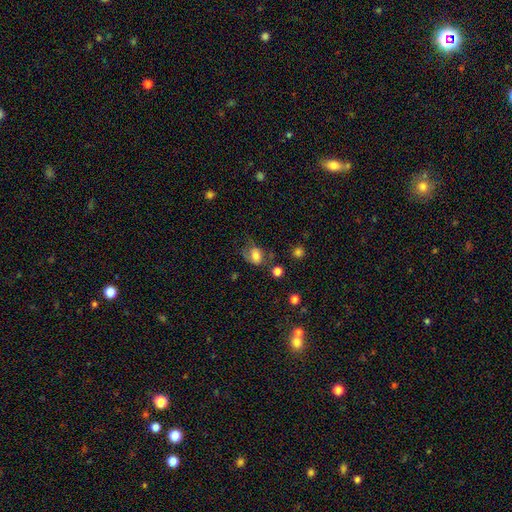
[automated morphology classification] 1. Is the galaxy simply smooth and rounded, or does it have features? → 70% smooth, 19% featured or disk, 11% star or artifact.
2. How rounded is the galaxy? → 62% in between, 37% round, 1% cigar-shaped.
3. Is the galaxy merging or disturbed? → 40% none, 29% minor disturbance, 24% major disturbance, 6% merger.